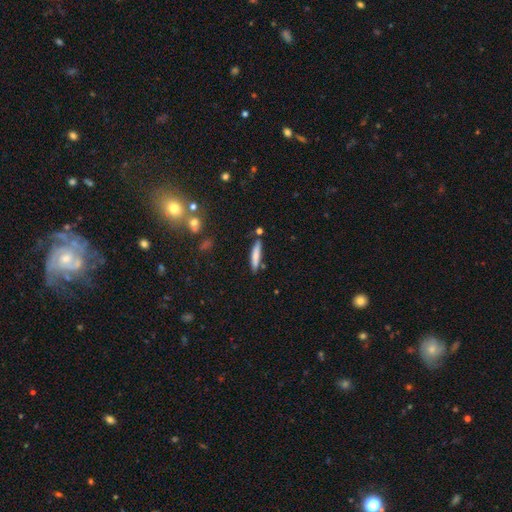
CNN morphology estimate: Smooth or featured: smooth — 74% (featured or disk — 19%)
How rounded: cigar-shaped — 87% (in between — 12%)
Merging: none — 77% (minor disturbance — 14%)